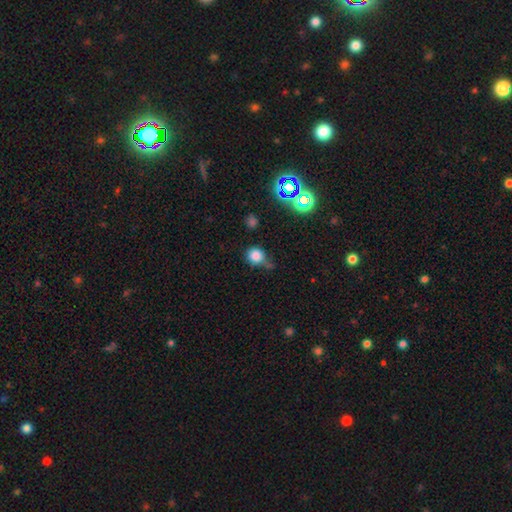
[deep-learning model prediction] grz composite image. It shows a smooth galaxy with no disk features (80%) that is round (86%). Merging: none (54%).